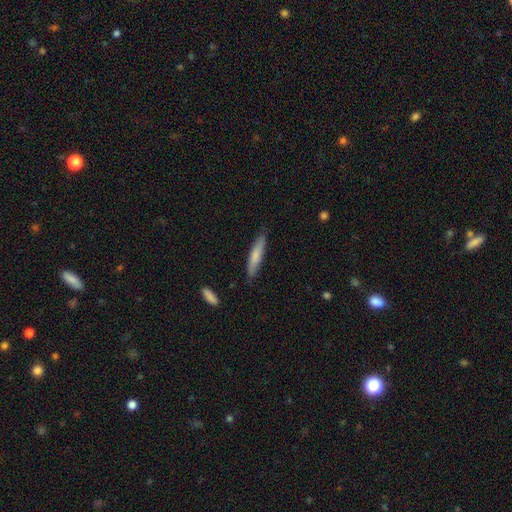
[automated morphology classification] smooth_or_featured: smooth (p=0.72) [alt: featured or disk p=0.22]
how_rounded: cigar-shaped (p=0.88) [alt: in between p=0.11]
merging: none (p=0.82) [alt: minor disturbance p=0.14]